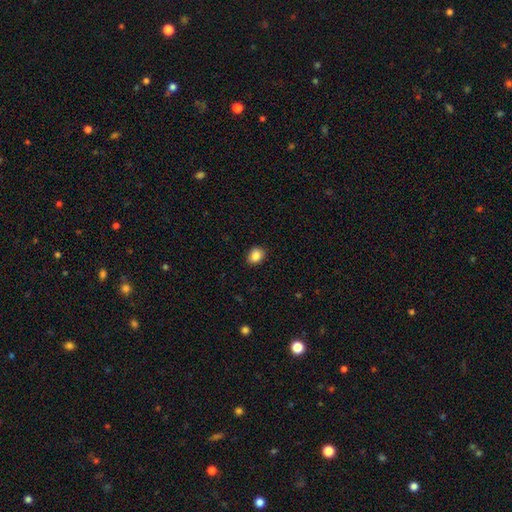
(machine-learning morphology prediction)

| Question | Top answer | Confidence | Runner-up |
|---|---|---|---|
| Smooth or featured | smooth | 86% | star or artifact (9%) |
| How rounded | round | 50% | in between (49%) |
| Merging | none | 90% | minor disturbance (7%) |